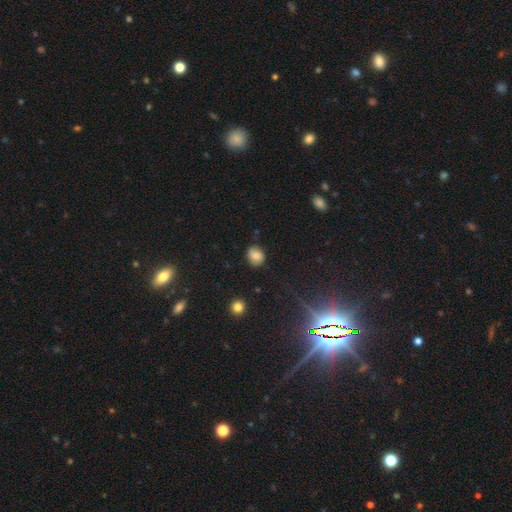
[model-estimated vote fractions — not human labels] Q: Smooth or featured?
A: smooth (78%); runner-up: star or artifact (12%)
Q: How rounded?
A: round (62%); runner-up: in between (37%)
Q: Merging?
A: none (72%); runner-up: minor disturbance (21%)